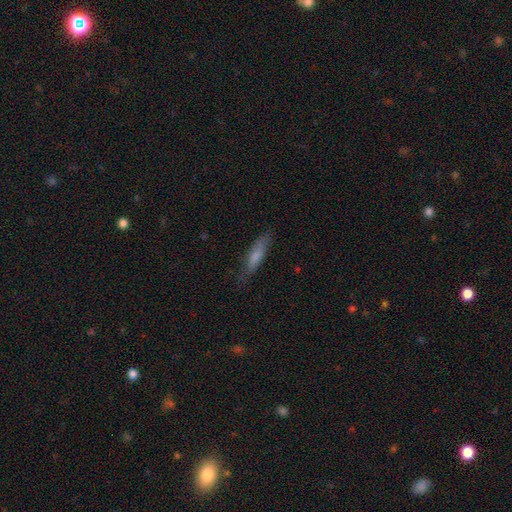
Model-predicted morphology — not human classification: smooth_or_featured: smooth (p=0.70) [alt: featured or disk p=0.24]
how_rounded: cigar-shaped (p=0.70) [alt: in between p=0.29]
merging: none (p=0.72) [alt: minor disturbance p=0.21]